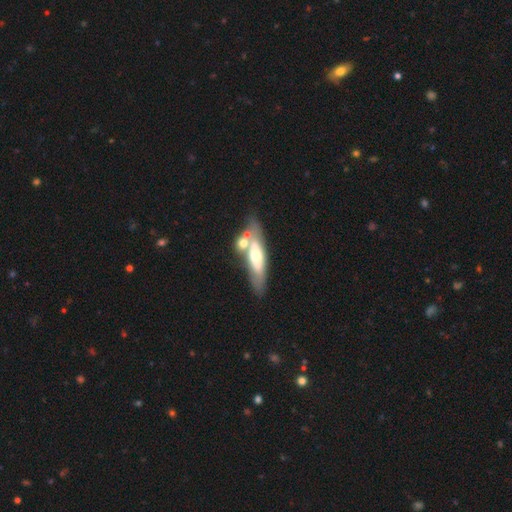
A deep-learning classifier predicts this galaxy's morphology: The model was most divided on "edge-on disk": no: 53%, yes: 47%. More confident: smooth or featured — featured or disk (52%); merging — none (50%).